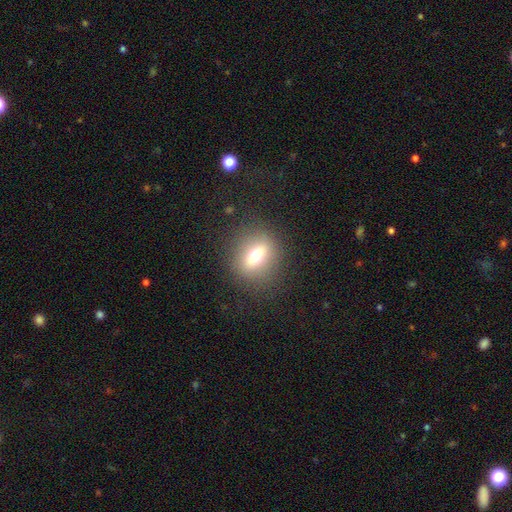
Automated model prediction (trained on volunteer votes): Smooth or featured? smooth (61%)
How rounded? round (51%)
Merging? none (85%)